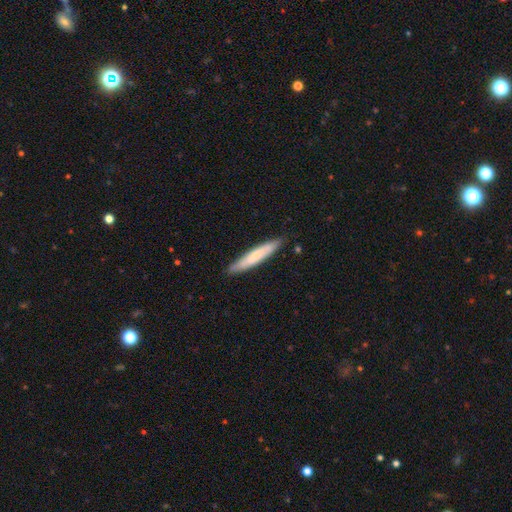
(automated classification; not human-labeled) smooth 62%, featured or disk 33%, star or artifact 5%. Down the decision tree: how rounded — cigar-shaped (92%); merging — none (87%).